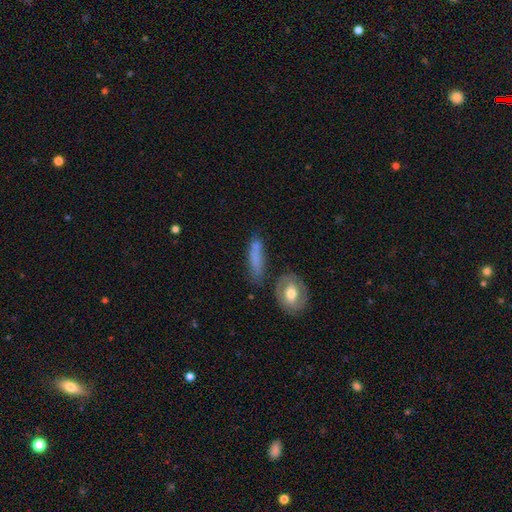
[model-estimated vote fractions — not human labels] This is likely a smooth galaxy (64%). How rounded: likely cigar-shaped (61%). Merging: possibly none (60%).